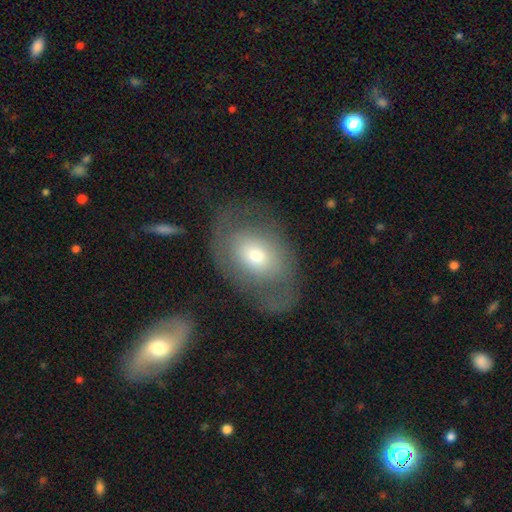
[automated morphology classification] Smooth or featured?
  - featured or disk: 53% *
  - smooth: 39%
  - star or artifact: 8%
Edge-on disk?
  - no: 93% *
  - yes: 7%
Merging?
  - none: 64% *
  - minor disturbance: 18%
  - major disturbance: 15%
  - merger: 3%